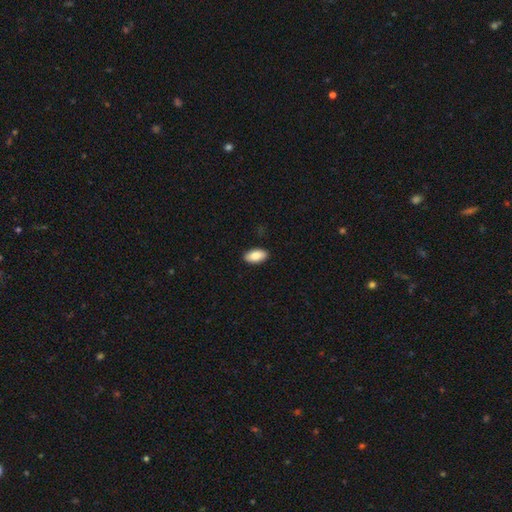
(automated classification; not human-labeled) Smooth or featured: smooth — 85% (featured or disk — 9%)
How rounded: in between — 93% (cigar-shaped — 4%)
Merging: none — 90% (minor disturbance — 7%)